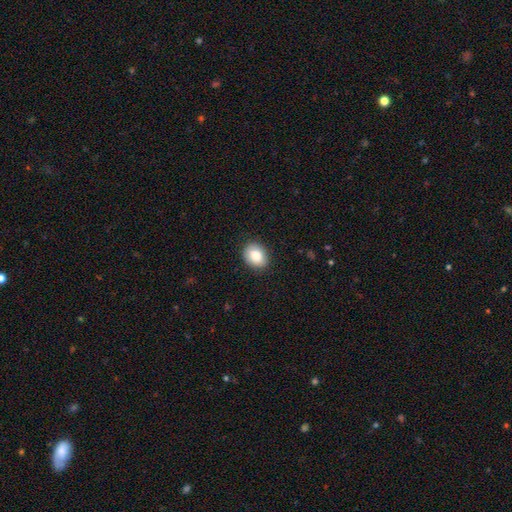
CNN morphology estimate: A smooth galaxy with no disk features (86%) that is in between round and cigar-shaped (60%). Merging: none (87%).